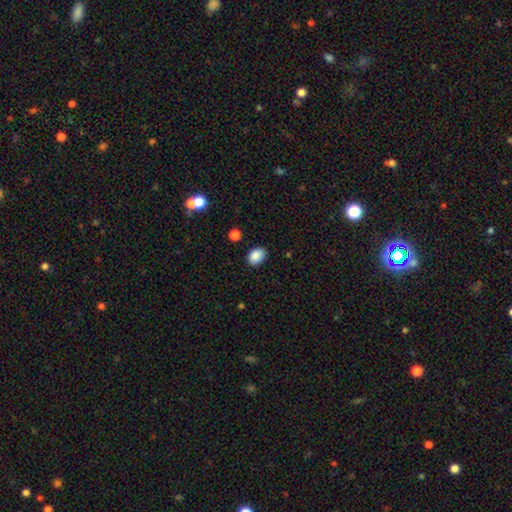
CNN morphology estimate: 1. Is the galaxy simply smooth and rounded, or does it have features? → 88% smooth, 8% star or artifact, 4% featured or disk.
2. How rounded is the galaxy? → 76% in between, 23% round, 1% cigar-shaped.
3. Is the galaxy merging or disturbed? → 85% none, 11% minor disturbance, 2% major disturbance, 2% merger.